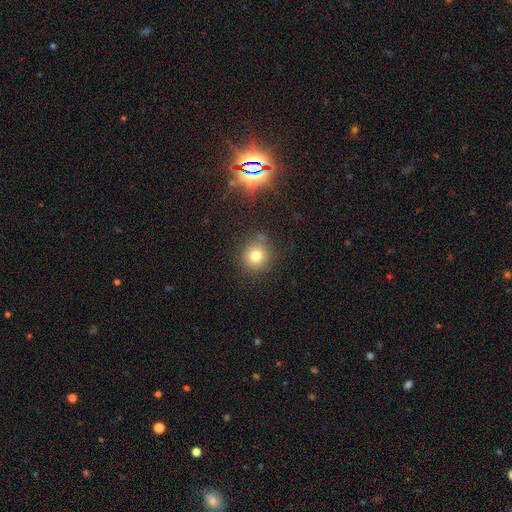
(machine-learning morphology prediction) smooth_or_featured: smooth (p=0.77) [alt: star or artifact p=0.14]
how_rounded: round (p=0.89) [alt: in between p=0.10]
merging: none (p=0.77) [alt: minor disturbance p=0.13]